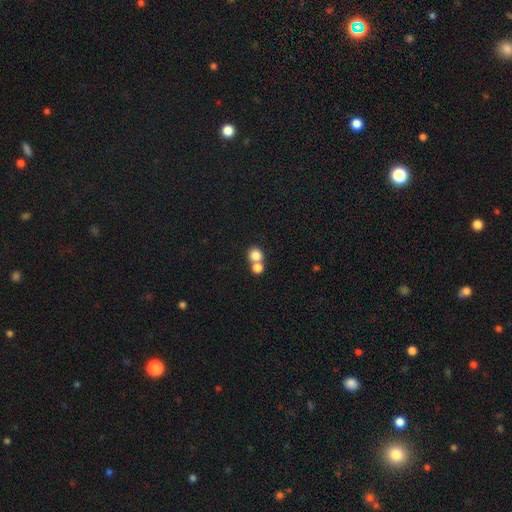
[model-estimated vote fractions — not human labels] Smooth or featured? smooth (81%)
How rounded? round (85%)
Merging? merger (50%)